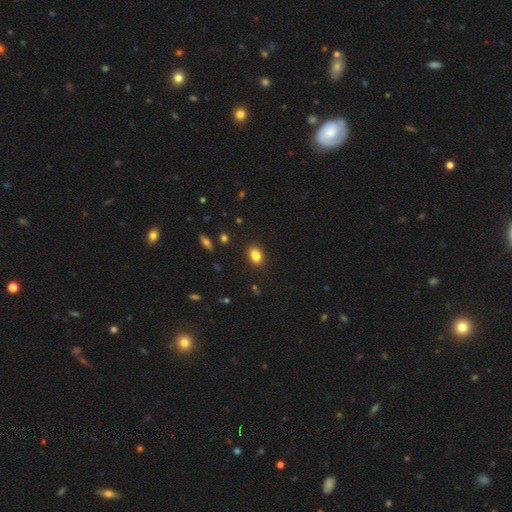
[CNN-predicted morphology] Smooth or featured? smooth (83%)
How rounded? in between (74%)
Merging? none (75%)